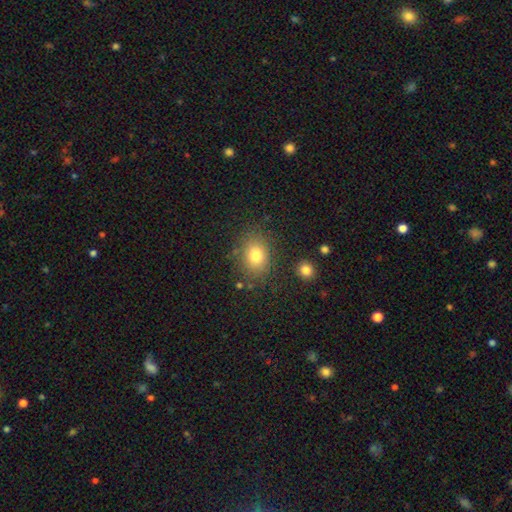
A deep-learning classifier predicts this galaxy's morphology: Smooth or featured?
  - smooth: 80% *
  - star or artifact: 11%
  - featured or disk: 9%
How rounded?
  - in between: 56% *
  - round: 43%
  - cigar-shaped: 1%
Merging?
  - none: 81% *
  - minor disturbance: 12%
  - major disturbance: 4%
  - merger: 3%